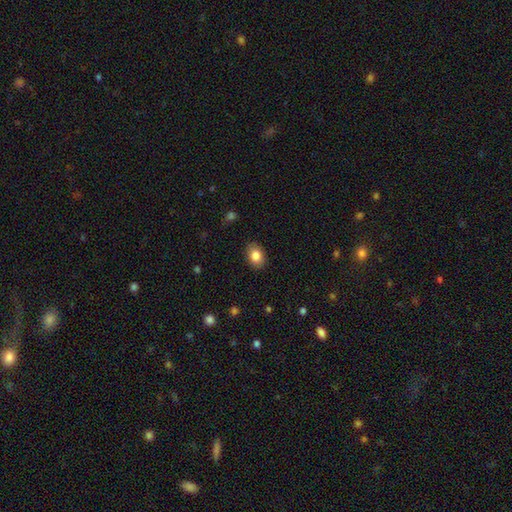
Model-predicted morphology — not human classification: A smooth galaxy with no disk features (84%) that is in between round and cigar-shaped (70%).

Vote fractions:
- Smooth or featured? smooth: 84% / star or artifact: 8% / featured or disk: 8%
- How rounded? in between: 70% / round: 29% / cigar-shaped: 1%
- Merging? none: 87% / minor disturbance: 9% / major disturbance: 2% / merger: 1%